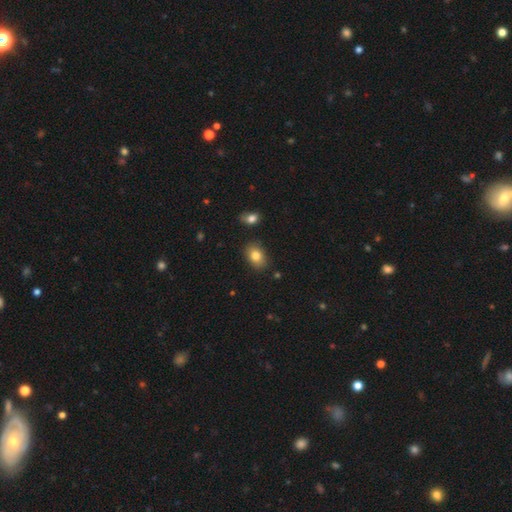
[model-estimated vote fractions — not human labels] Smooth or featured: smooth — 81% (featured or disk — 10%)
How rounded: in between — 78% (round — 21%)
Merging: none — 83% (minor disturbance — 12%)